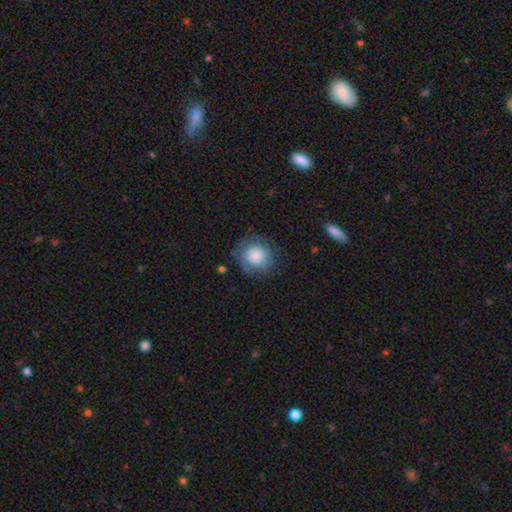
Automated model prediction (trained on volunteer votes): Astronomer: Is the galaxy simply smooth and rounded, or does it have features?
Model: smooth — 77%.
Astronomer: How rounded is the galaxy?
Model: round — 88%.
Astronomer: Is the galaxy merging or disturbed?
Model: none — 71%.